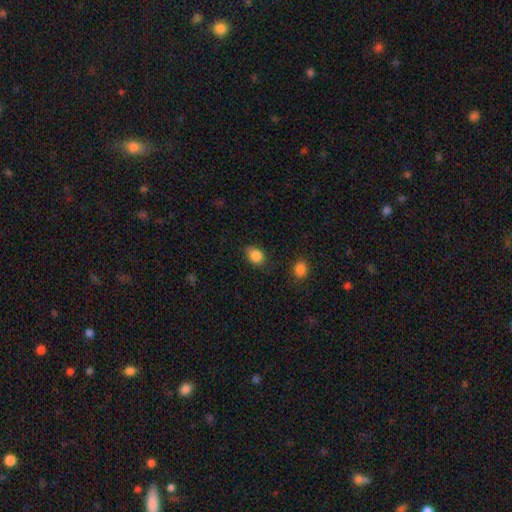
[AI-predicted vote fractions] Q: Smooth or featured?
A: smooth (86%); runner-up: star or artifact (9%)
Q: How rounded?
A: in between (62%); runner-up: round (36%)
Q: Merging?
A: none (73%); runner-up: minor disturbance (20%)